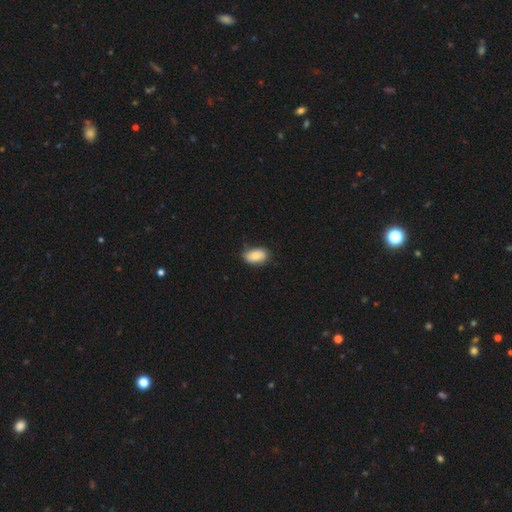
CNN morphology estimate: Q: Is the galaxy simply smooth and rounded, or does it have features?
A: smooth — 79%.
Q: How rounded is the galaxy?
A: in between — 90%.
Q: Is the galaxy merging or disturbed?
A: none — 74%.